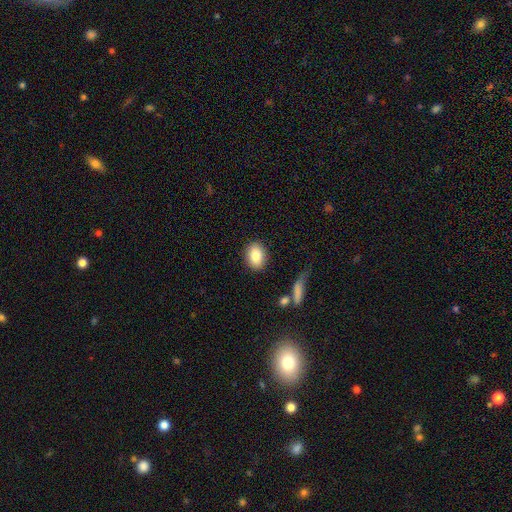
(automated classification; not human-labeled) Morphology: type=smooth (85%); roundness=in between (77%); merging=none (85%).